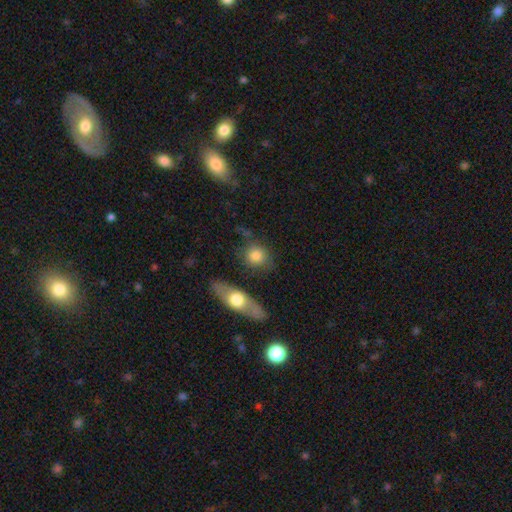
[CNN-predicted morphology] smooth_or_featured: smooth (p=0.77) [alt: featured or disk p=0.16]
how_rounded: round (p=0.78) [alt: in between p=0.18]
merging: none (p=0.75) [alt: minor disturbance p=0.13]